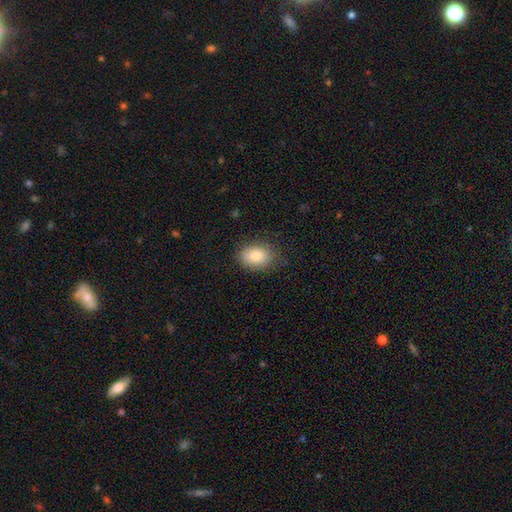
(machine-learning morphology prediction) type=smooth (82%); roundness=in between (77%); merging=none (81%).